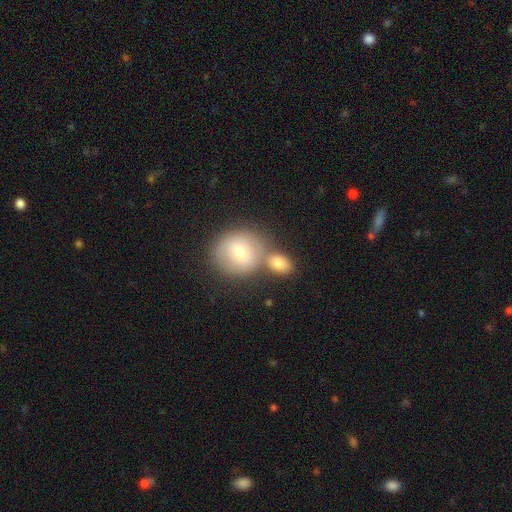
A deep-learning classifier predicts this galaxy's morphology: A smooth galaxy with no disk features (57%) that is round (82%). Merging: none (57%).